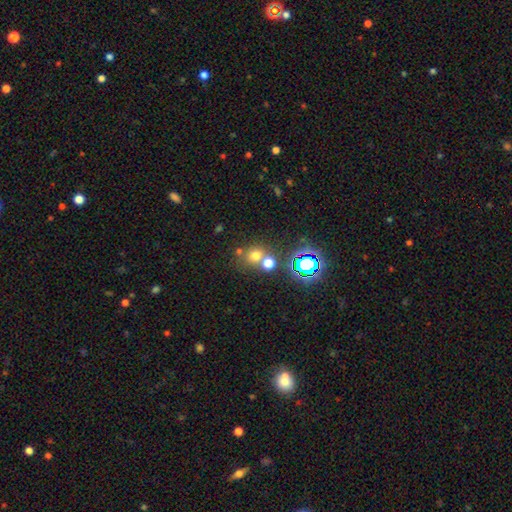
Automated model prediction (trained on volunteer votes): A smooth galaxy with no disk features (62%) that is round (79%). Merging: none (57%).